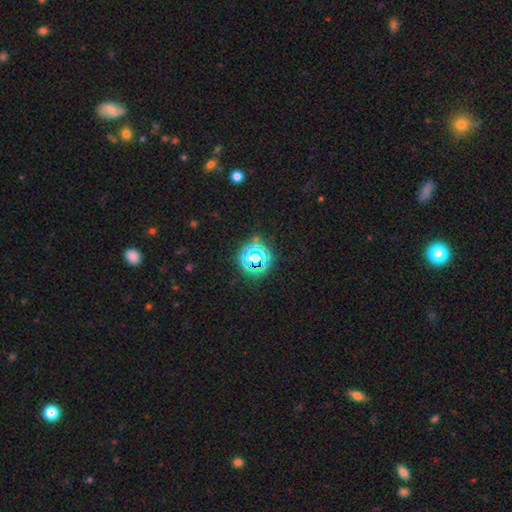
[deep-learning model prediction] Smooth or featured?
  - star or artifact: 70% *
  - smooth: 21%
  - featured or disk: 9%